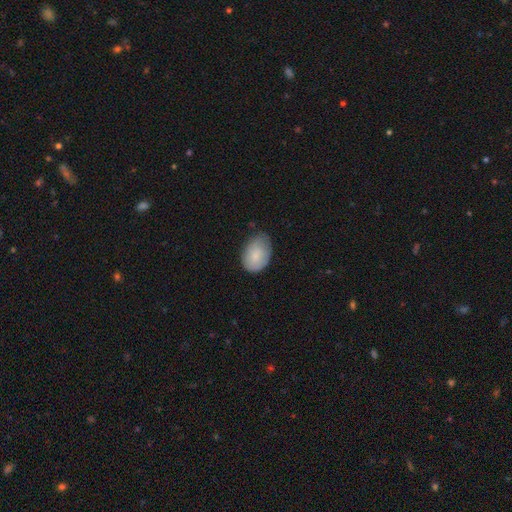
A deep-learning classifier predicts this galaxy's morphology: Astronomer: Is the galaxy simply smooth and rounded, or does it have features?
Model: smooth — 80%.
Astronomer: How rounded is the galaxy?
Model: in between — 85%.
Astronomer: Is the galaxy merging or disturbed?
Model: none — 56% (runner-up: minor disturbance, 35%).